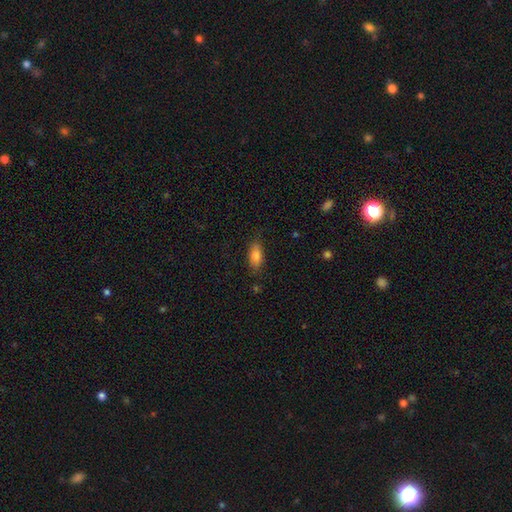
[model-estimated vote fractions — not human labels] This is likely a smooth galaxy (79%). How rounded: likely in between (78%). Merging: clearly none (81%).